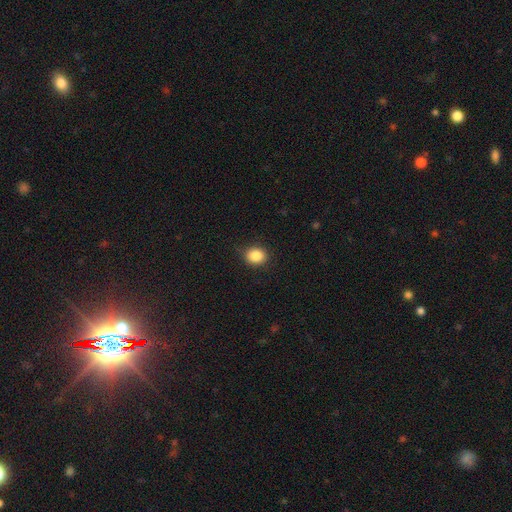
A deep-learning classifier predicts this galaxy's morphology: Smooth or featured: smooth — 86% (star or artifact — 10%)
How rounded: round — 64% (in between — 35%)
Merging: none — 85% (minor disturbance — 12%)